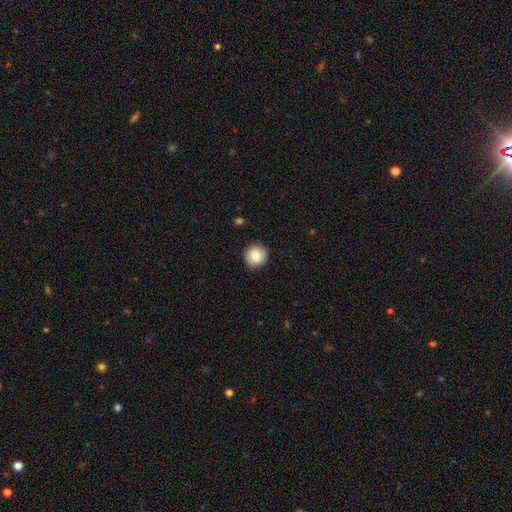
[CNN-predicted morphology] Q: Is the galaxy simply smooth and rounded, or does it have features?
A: smooth — 79%.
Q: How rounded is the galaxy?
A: round — 90%.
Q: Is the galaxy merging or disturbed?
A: none — 86%.